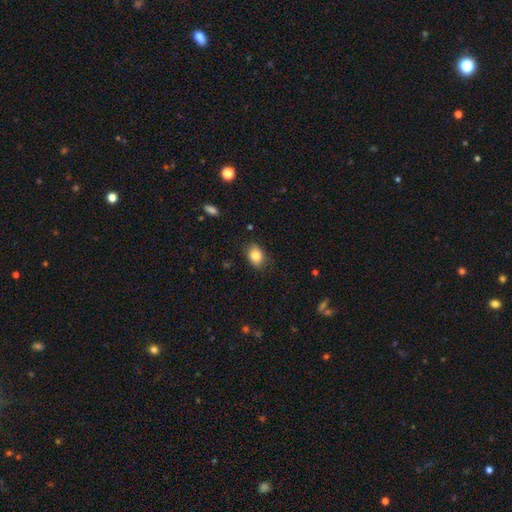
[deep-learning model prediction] smooth-or-featured: smooth: 83% | star or artifact: 9% | featured or disk: 8%
  how-rounded: in between: 73% | round: 25% | cigar-shaped: 1%
  merging: none: 79% | minor disturbance: 17% | major disturbance: 3% | merger: 1%